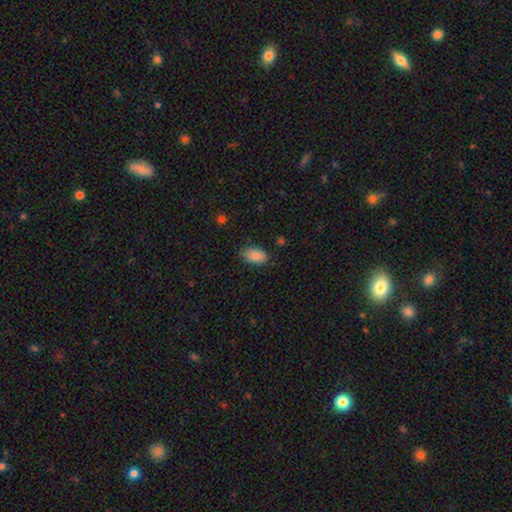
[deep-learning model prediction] This appears to be a smooth galaxy with no disk features (85%) that is in between round and cigar-shaped (93%). Merging: none (80%).